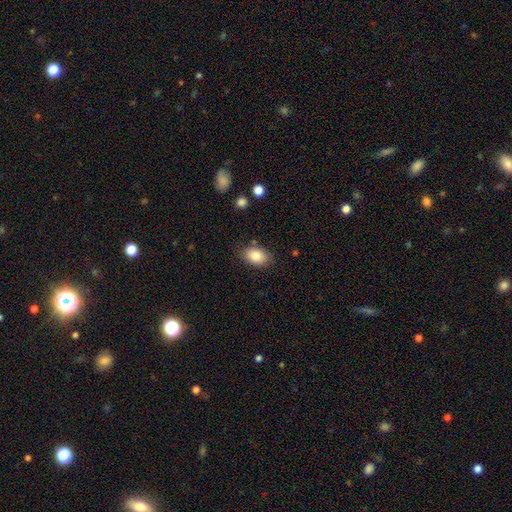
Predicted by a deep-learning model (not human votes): smooth-or-featured: smooth: 85% | star or artifact: 8% | featured or disk: 7%
  how-rounded: in between: 86% | round: 13% | cigar-shaped: 1%
  merging: none: 82% | minor disturbance: 13% | major disturbance: 3% | merger: 2%